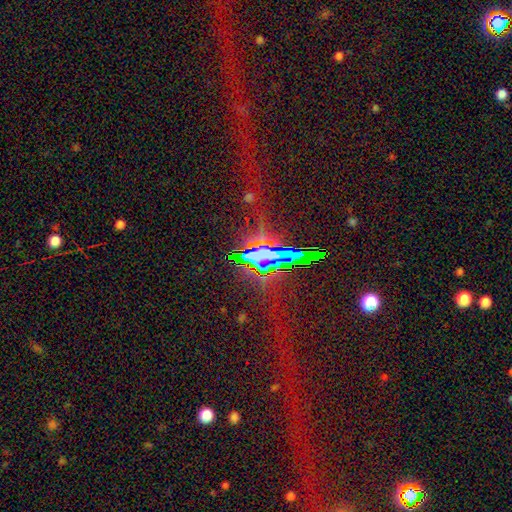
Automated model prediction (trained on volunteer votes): This is likely a star or artifact rather than a galaxy (75%).